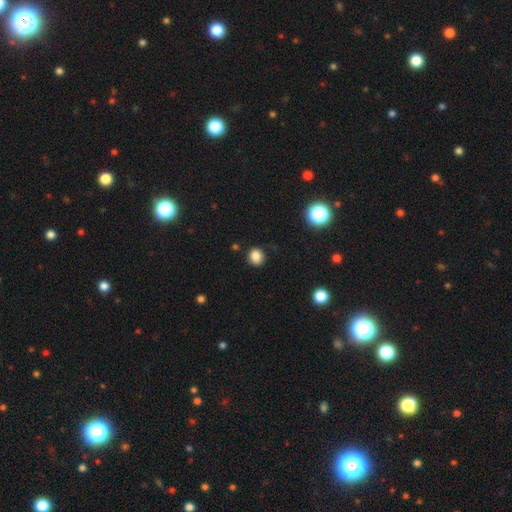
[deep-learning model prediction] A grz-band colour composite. It shows a smooth galaxy with no disk features (84%) that is round (79%). Merging: none (86%).